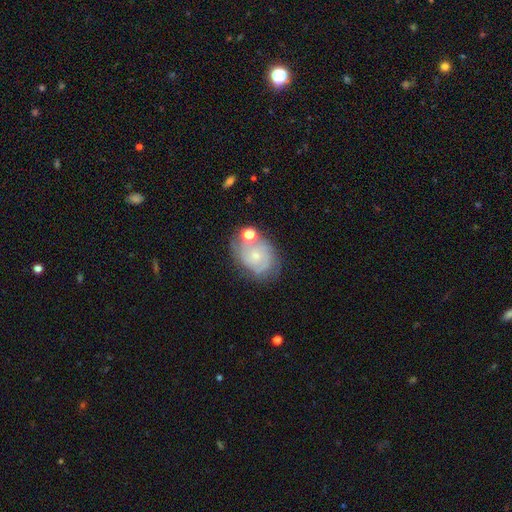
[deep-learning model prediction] This is likely a featured or disk galaxy (60%). It is clearly not viewed edge-on (97%). Bar: likely no (79%). Spiral arm pattern: likely yes (77%). Central bulge: likely small (70%). Merging: possibly none (53%).